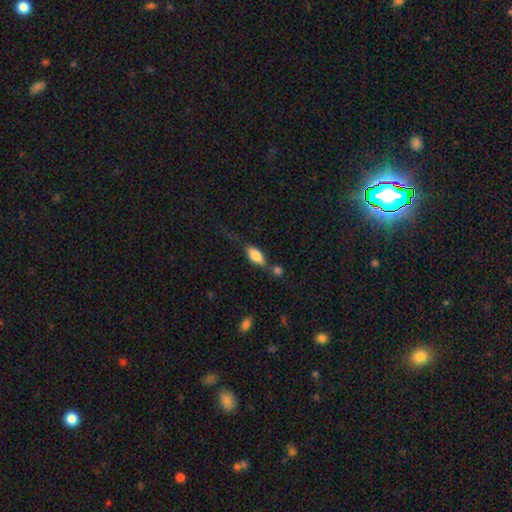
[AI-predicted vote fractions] This appears to be a smooth galaxy with no disk features (69%) that is in between round and cigar-shaped (81%). Merging: none (40%).